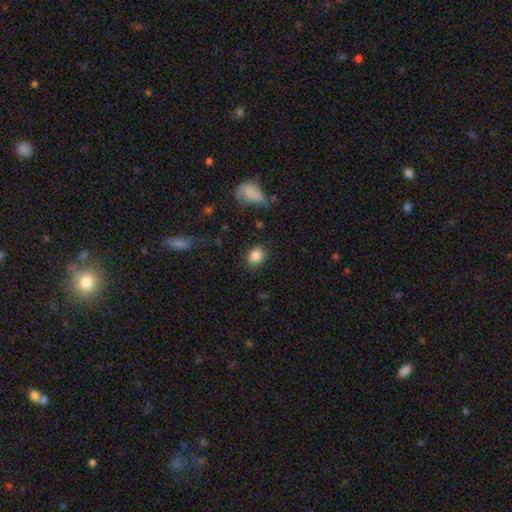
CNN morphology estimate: smooth-or-featured: smooth: 85% | star or artifact: 9% | featured or disk: 5%
  how-rounded: round: 56% | in between: 43% | cigar-shaped: 1%
  merging: none: 84% | minor disturbance: 11% | major disturbance: 4% | merger: 2%